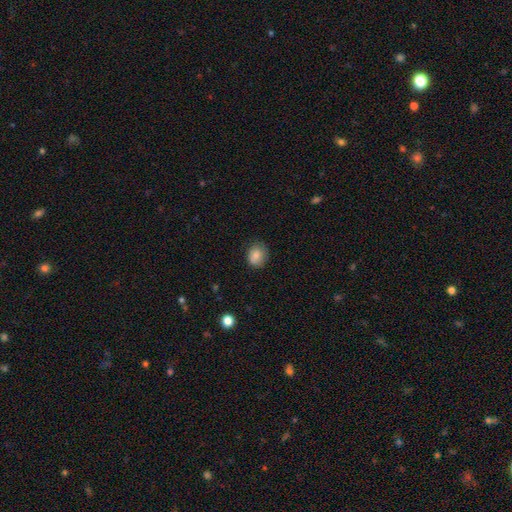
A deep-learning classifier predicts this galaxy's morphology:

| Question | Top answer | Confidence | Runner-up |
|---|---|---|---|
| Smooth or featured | smooth | 82% | featured or disk (10%) |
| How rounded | round | 59% | in between (40%) |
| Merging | none | 74% | minor disturbance (21%) |